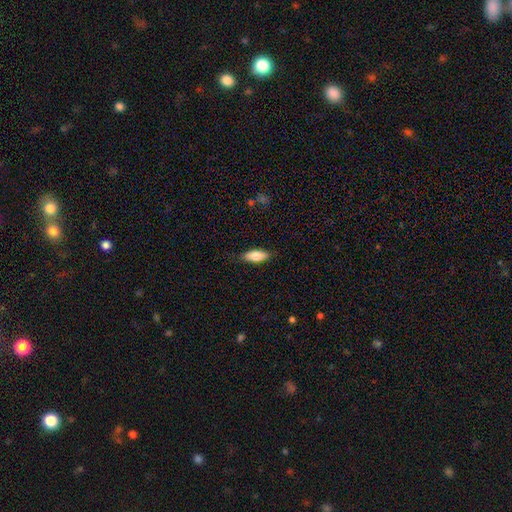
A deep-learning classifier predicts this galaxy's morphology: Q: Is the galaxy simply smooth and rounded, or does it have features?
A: smooth — 79%.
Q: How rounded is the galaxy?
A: in between — 77%.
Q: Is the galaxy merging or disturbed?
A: none — 83%.